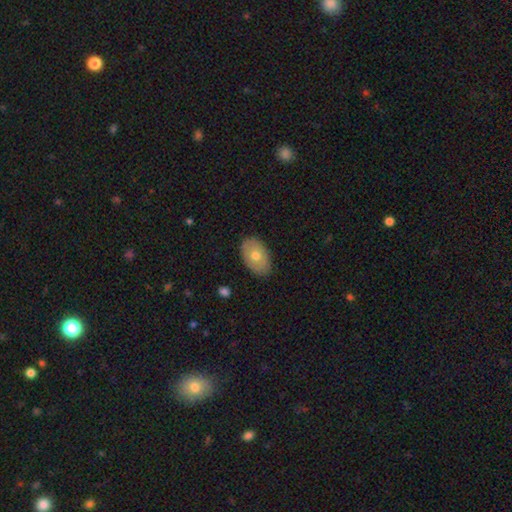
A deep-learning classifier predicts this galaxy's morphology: A smooth galaxy with no disk features (63%) that is in between round and cigar-shaped (89%). Merging: none (86%).